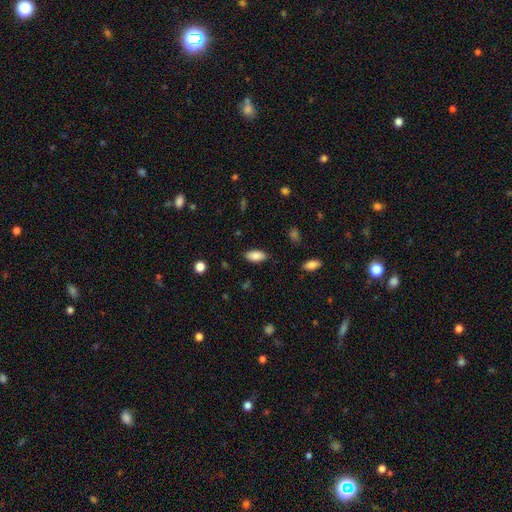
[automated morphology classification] Smooth or featured?
  - smooth: 86% *
  - star or artifact: 7%
  - featured or disk: 6%
How rounded?
  - in between: 91% *
  - cigar-shaped: 7%
  - round: 2%
Merging?
  - none: 85% *
  - minor disturbance: 11%
  - major disturbance: 3%
  - merger: 1%